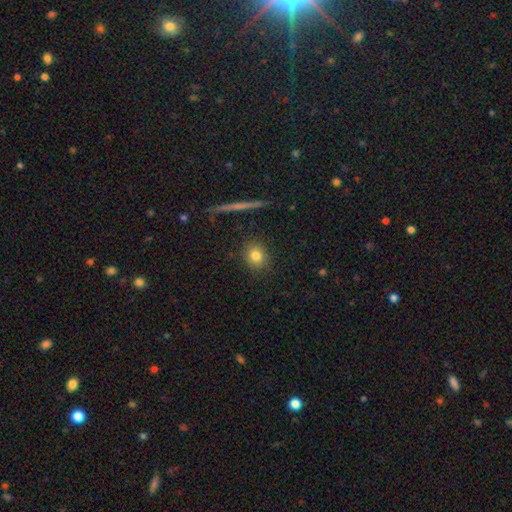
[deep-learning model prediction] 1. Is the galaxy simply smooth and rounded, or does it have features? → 80% smooth, 11% star or artifact, 9% featured or disk.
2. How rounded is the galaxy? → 80% round, 18% in between, 2% cigar-shaped.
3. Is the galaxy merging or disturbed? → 88% none, 8% minor disturbance, 2% major disturbance, 2% merger.